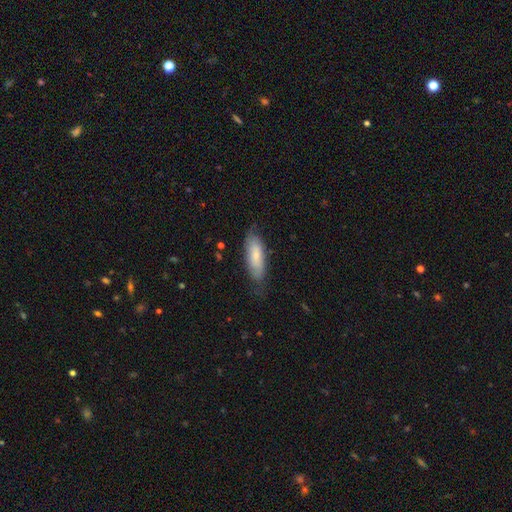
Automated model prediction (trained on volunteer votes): A smooth galaxy with no disk features (71%) that is in between round and cigar-shaped (62%). Merging: none (70%).